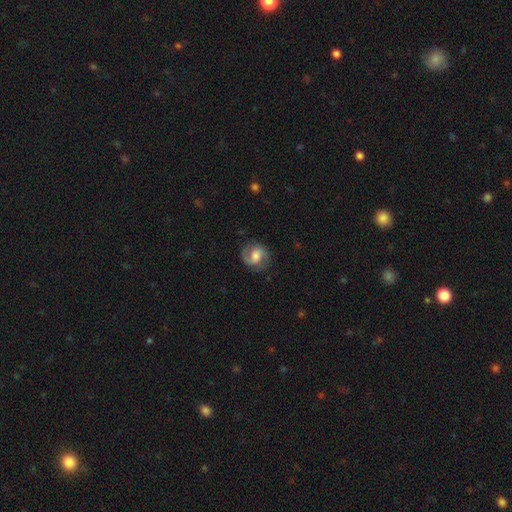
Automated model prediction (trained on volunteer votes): Smooth or featured: featured or disk — 58% (smooth — 34%)
Edge-on disk: no — 97% (yes — 3%)
Bar: weak — 45% (no — 41%)
Spiral arms: yes — 89% (no — 11%)
Spiral winding: medium — 48% (tight — 27%)
Spiral arm count: 2 — 83% (can't tell — 7%)
Bulge size: moderate — 54% (large — 20%)
Merging: none — 75% (minor disturbance — 17%)